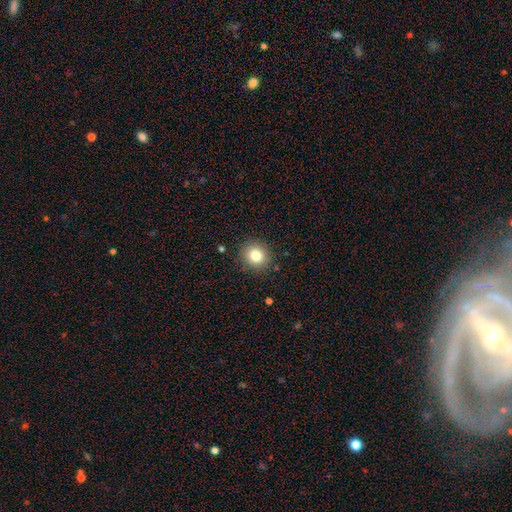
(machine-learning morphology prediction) Q: Smooth or featured?
A: smooth (81%); runner-up: star or artifact (12%)
Q: How rounded?
A: round (89%); runner-up: in between (10%)
Q: Merging?
A: none (89%); runner-up: minor disturbance (7%)